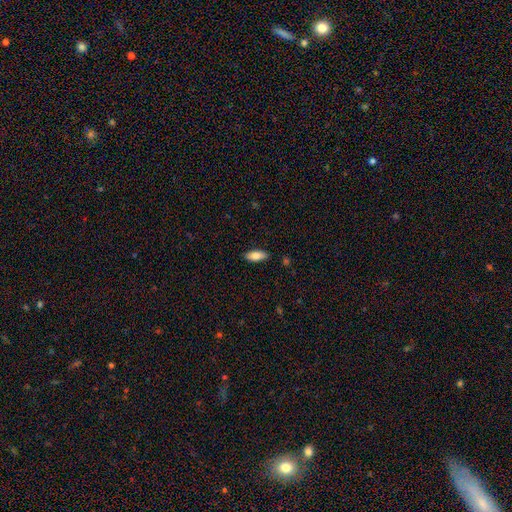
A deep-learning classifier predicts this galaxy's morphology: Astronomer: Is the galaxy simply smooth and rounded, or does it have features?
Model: smooth — 81%.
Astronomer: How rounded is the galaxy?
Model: in between — 82%.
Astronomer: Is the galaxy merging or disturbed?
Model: none — 88%.